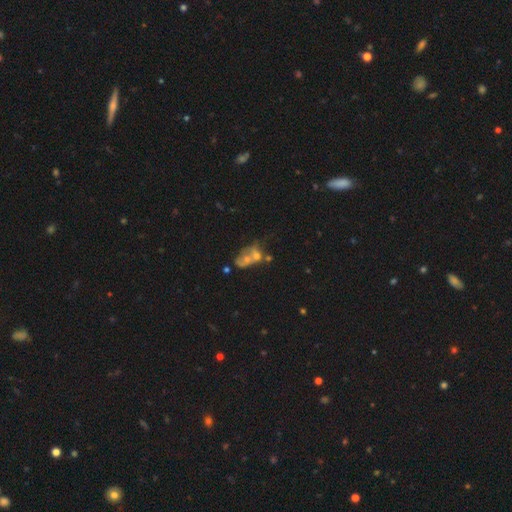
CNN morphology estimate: Smooth or featured? featured or disk (42%)
Merging? merger (52%)